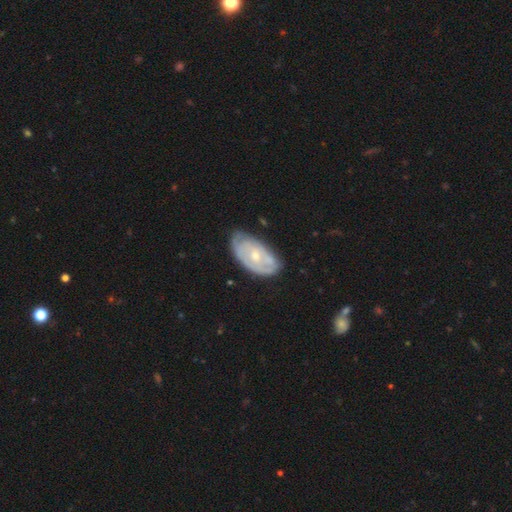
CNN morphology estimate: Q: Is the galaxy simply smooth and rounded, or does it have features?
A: featured or disk — 66%.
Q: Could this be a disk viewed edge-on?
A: no — 93%.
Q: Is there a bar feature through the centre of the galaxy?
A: no — 79%.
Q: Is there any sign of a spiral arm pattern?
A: yes — 63%.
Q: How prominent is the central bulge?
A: small — 59%.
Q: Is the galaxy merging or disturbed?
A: none — 60%.